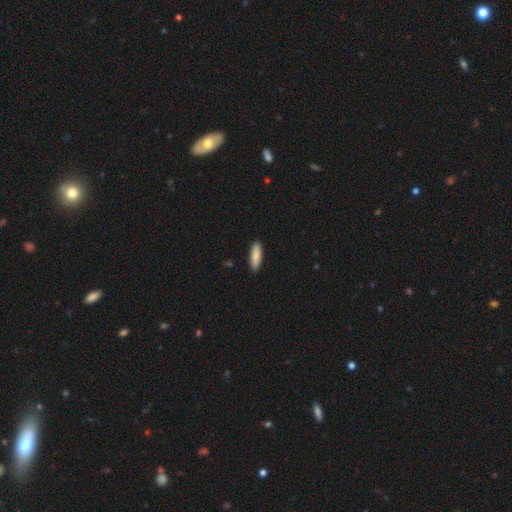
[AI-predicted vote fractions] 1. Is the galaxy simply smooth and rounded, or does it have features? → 86% smooth, 8% featured or disk, 5% star or artifact.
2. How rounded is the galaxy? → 52% in between, 46% cigar-shaped, 2% round.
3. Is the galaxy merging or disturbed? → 90% none, 7% minor disturbance, 1% major disturbance, 1% merger.